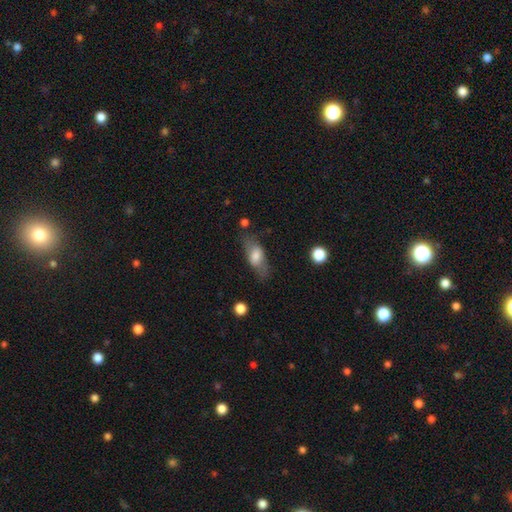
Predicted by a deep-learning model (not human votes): Smooth or featured?
  - smooth: 62% *
  - featured or disk: 31%
  - star or artifact: 7%
How rounded?
  - in between: 74% *
  - cigar-shaped: 21%
  - round: 5%
Merging?
  - none: 67% *
  - minor disturbance: 20%
  - major disturbance: 10%
  - merger: 3%